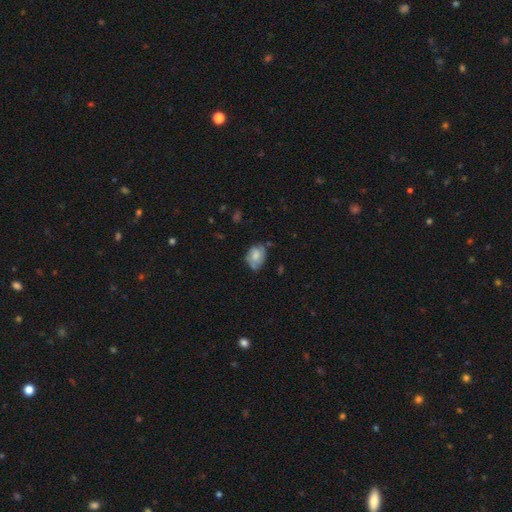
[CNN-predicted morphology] Overall: smooth (62%; featured or disk 30%). How rounded: in between (64%; round 34%). Merging: none (53%; minor disturbance 34%).